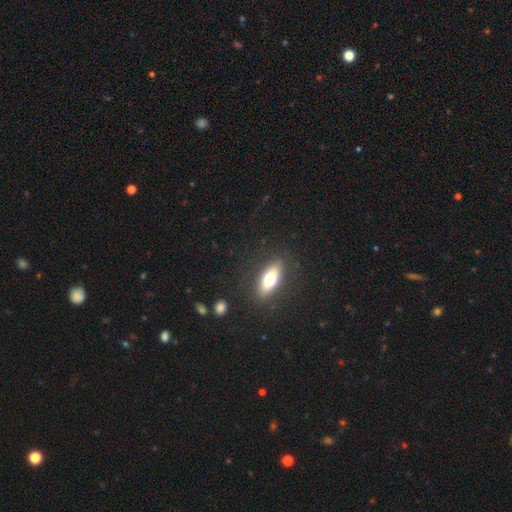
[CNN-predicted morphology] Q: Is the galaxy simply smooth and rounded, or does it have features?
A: smooth — 51%.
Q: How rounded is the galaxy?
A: in between — 66%.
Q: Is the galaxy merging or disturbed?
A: none — 88%.